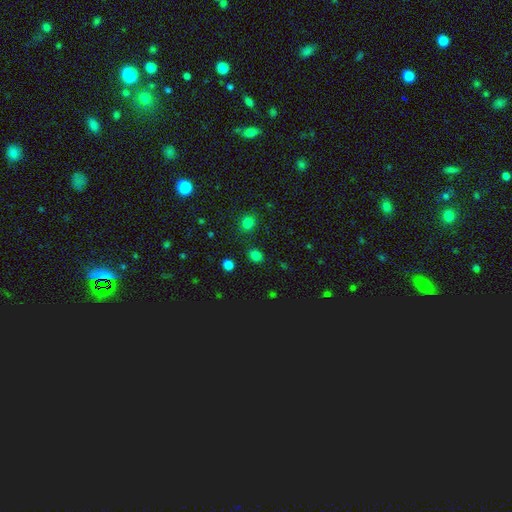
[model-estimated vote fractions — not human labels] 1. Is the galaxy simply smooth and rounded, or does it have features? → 77% smooth, 19% star or artifact, 4% featured or disk.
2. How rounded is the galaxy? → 54% round, 45% in between, 1% cigar-shaped.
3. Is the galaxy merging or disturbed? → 84% none, 10% minor disturbance, 3% merger, 3% major disturbance.